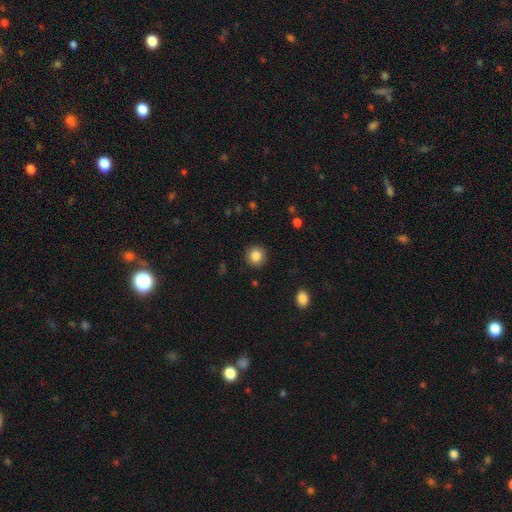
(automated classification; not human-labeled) Overall: smooth (85%). How rounded: round (92%). Merging: none (91%).